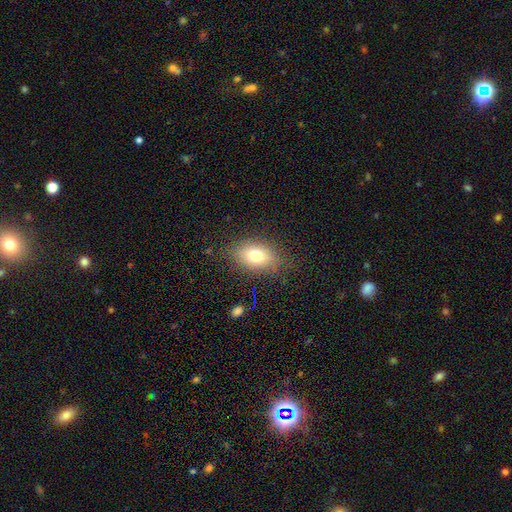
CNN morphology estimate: type=smooth (75%); roundness=in between (81%); merging=none (81%).